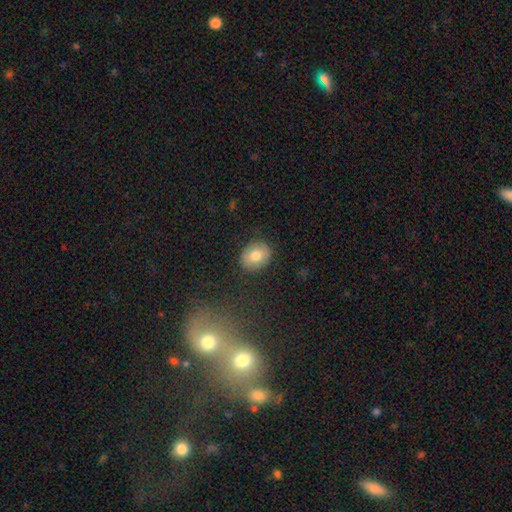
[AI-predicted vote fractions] Smooth or featured? Predicted: smooth (p=0.78). How rounded? Predicted: round (p=0.52). Merging? Predicted: none (p=0.88).